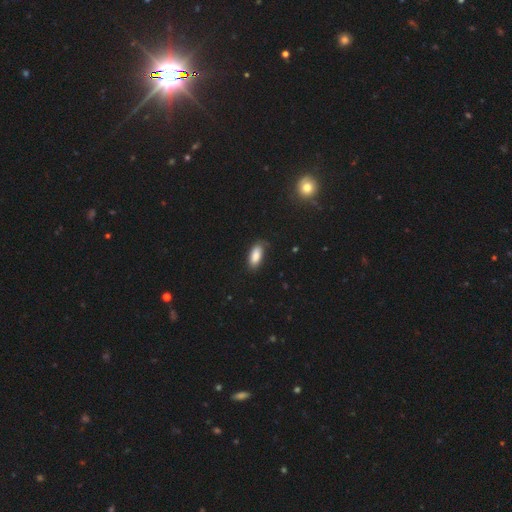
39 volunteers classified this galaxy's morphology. smooth-or-featured: smooth: 90% | star or artifact: 8% | featured or disk: 3%
  how-rounded: in between: 86% | cigar-shaped: 11% | round: 3%
  merging: none: 72% | minor disturbance: 22% | major disturbance: 6% | merger: 0%